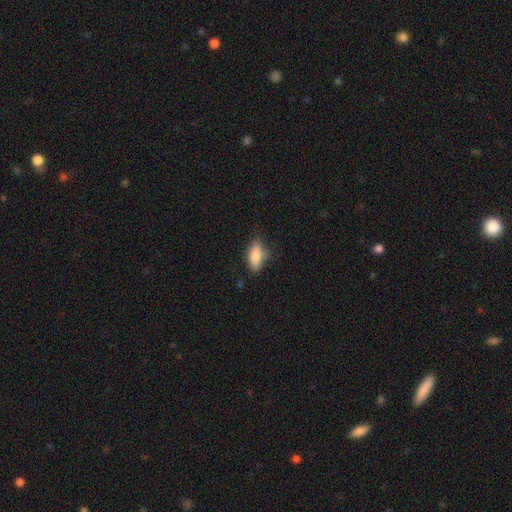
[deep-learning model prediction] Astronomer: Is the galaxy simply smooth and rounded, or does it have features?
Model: smooth — 82%.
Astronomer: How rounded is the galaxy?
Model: in between — 78%.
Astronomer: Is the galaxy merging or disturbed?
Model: none — 66%.